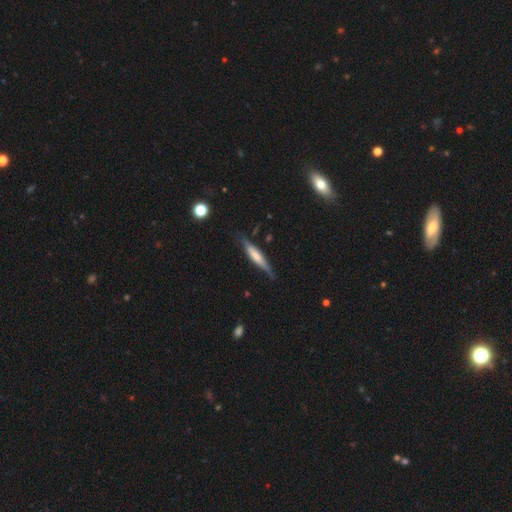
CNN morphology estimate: type=smooth (51%); roundness=cigar-shaped (88%); merging=none (74%).